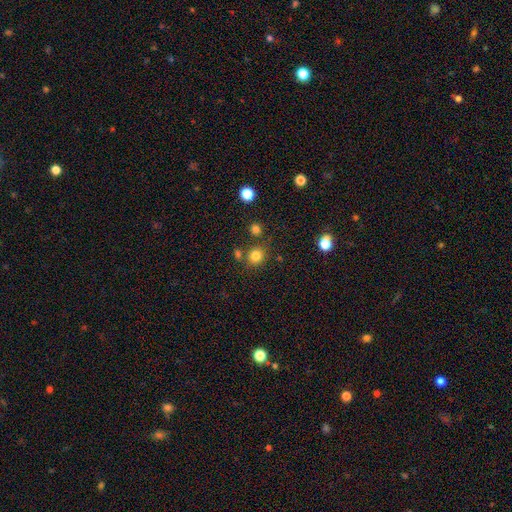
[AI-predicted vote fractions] smooth 81%, star or artifact 14%, featured or disk 6%. Down the decision tree: how rounded — round (85%); merging — none (78%).